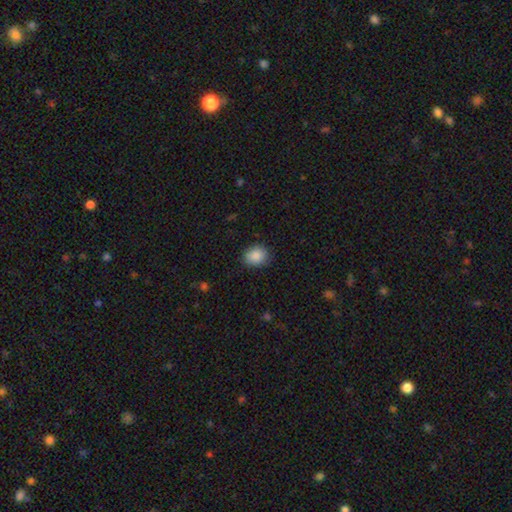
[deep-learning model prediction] The model was most divided on "how rounded": round: 60%, in between: 40%, cigar-shaped: 1%. More confident: smooth or featured — smooth (88%); merging — none (84%).